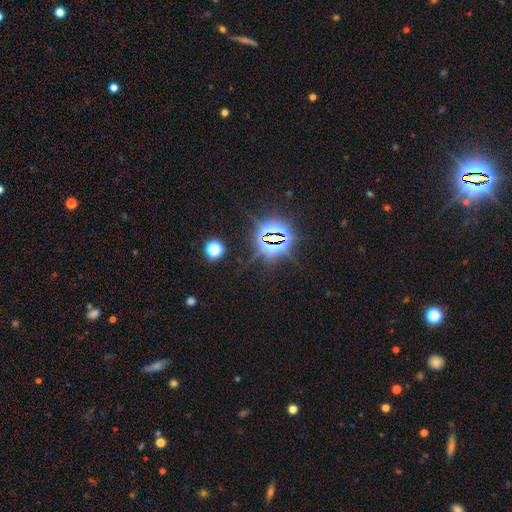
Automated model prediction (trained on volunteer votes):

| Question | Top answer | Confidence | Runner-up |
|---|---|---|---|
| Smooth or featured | star or artifact | 82% | smooth (11%) |